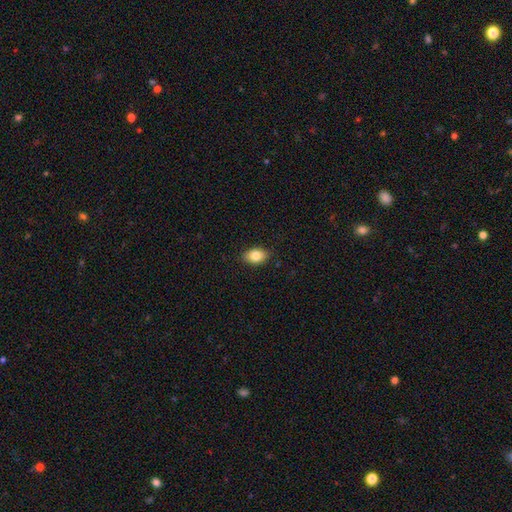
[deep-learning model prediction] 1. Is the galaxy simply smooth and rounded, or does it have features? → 84% smooth, 8% featured or disk, 8% star or artifact.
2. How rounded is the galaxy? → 84% in between, 15% round, 1% cigar-shaped.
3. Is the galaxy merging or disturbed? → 88% none, 9% minor disturbance, 2% major disturbance, 1% merger.